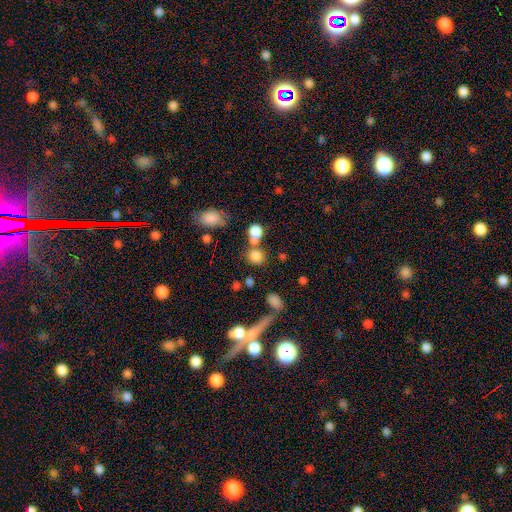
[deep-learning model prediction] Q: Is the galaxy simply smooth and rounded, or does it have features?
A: smooth — 79%.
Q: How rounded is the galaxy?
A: round — 76%.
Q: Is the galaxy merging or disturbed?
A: none — 53%.